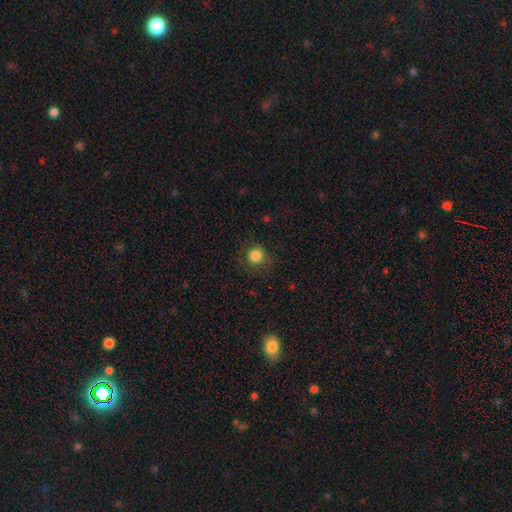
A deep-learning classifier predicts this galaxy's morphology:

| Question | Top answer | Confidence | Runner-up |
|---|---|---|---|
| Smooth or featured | smooth | 83% | star or artifact (11%) |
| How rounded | round | 91% | in between (8%) |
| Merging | none | 81% | minor disturbance (13%) |